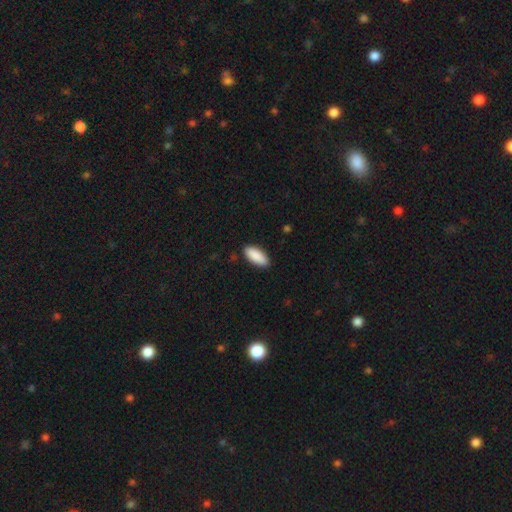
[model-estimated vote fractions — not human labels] Smooth or featured?
  - smooth: 90% *
  - star or artifact: 6%
  - featured or disk: 4%
How rounded?
  - in between: 84% *
  - cigar-shaped: 14%
  - round: 2%
Merging?
  - none: 89% *
  - minor disturbance: 9%
  - major disturbance: 2%
  - merger: 1%